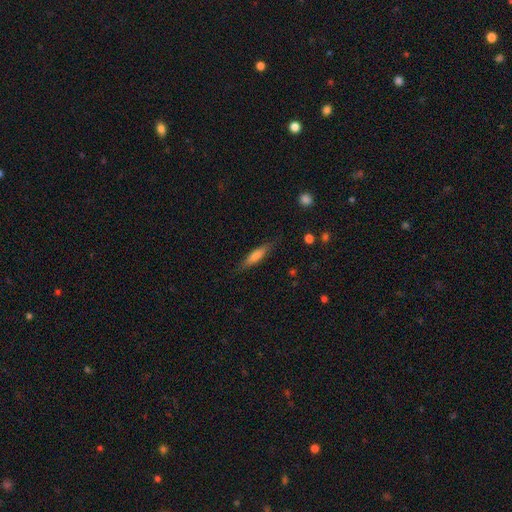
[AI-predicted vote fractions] Smooth or featured? Predicted: smooth (p=0.64). How rounded? Predicted: cigar-shaped (p=0.79). Merging? Predicted: none (p=0.84).